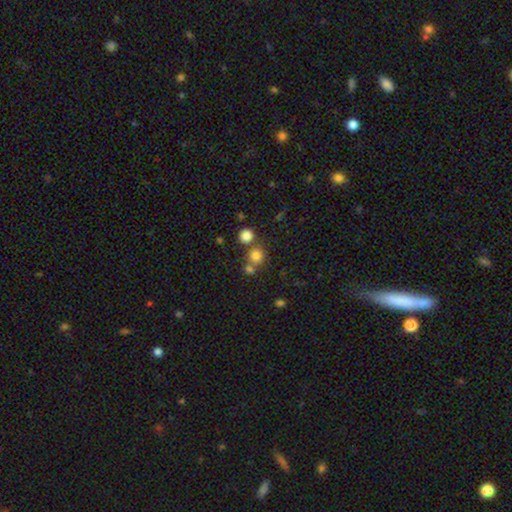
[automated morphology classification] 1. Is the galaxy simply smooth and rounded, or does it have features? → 77% smooth, 15% star or artifact, 8% featured or disk.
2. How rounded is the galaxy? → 88% round, 11% in between, 1% cigar-shaped.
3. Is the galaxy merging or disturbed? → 62% none, 26% merger, 8% minor disturbance, 3% major disturbance.